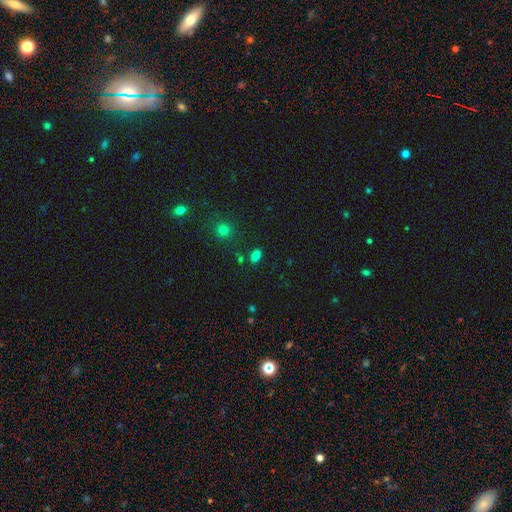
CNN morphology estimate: Overall: smooth (79%). How rounded: in between (86%). Merging: none (81%).